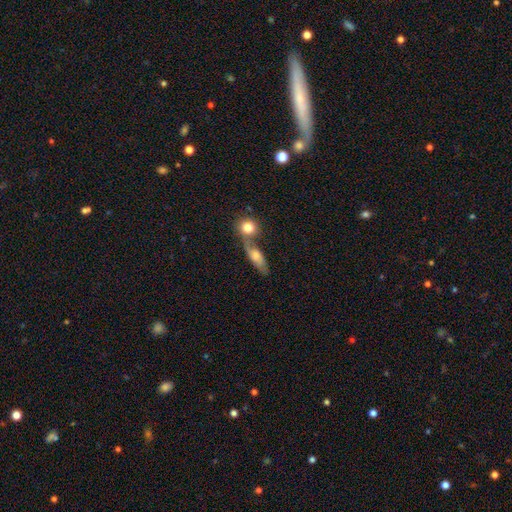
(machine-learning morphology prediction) A smooth galaxy with no disk features (64%) that is in between round and cigar-shaped (60%).

Vote fractions:
- Smooth or featured? smooth: 64% / featured or disk: 28% / star or artifact: 8%
- How rounded? in between: 60% / cigar-shaped: 25% / round: 14%
- Merging? merger: 43% / none: 39% / minor disturbance: 12% / major disturbance: 6%